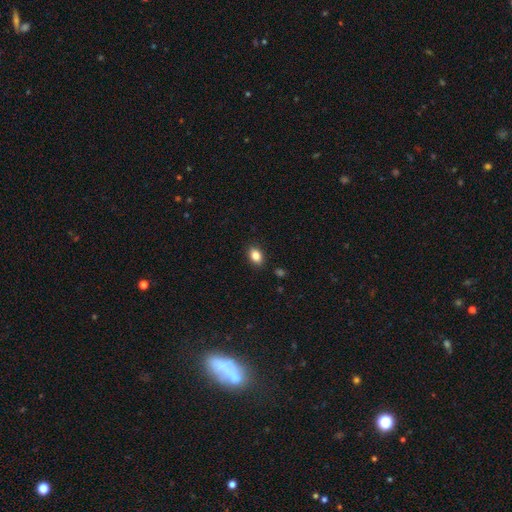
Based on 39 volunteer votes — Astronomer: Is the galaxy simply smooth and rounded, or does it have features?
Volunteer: smooth — 87%.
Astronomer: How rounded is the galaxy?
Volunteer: in between — 88%.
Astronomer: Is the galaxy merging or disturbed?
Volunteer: none — 92%.